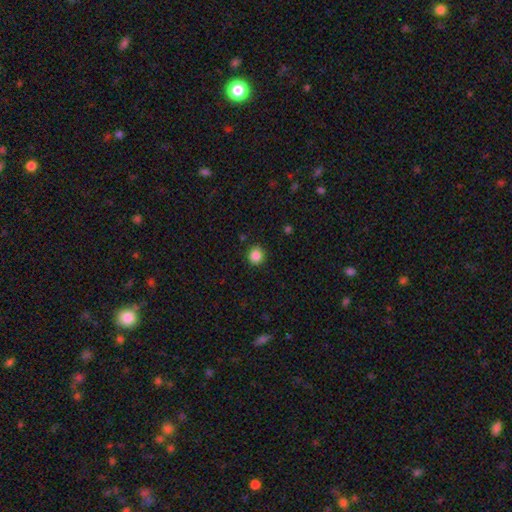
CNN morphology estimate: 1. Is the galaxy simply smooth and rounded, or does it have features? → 86% smooth, 11% star or artifact, 3% featured or disk.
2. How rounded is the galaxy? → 88% round, 11% in between, 1% cigar-shaped.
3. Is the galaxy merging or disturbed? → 89% none, 8% minor disturbance, 2% major disturbance, 1% merger.